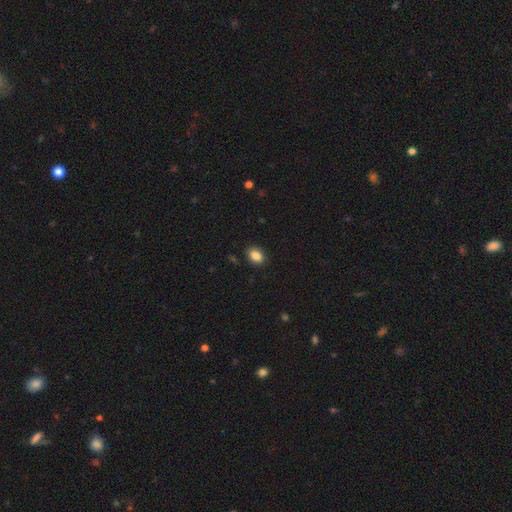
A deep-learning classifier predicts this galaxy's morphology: This appears to be a smooth galaxy with no disk features (87%) that is in between round and cigar-shaped (78%). Merging: none (89%).